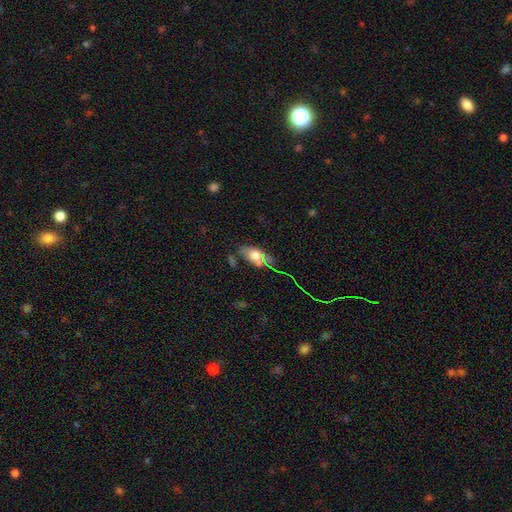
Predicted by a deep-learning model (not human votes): Q: Smooth or featured?
A: smooth (61%); runner-up: featured or disk (27%)
Q: How rounded?
A: in between (83%); runner-up: cigar-shaped (10%)
Q: Merging?
A: none (55%); runner-up: minor disturbance (22%)